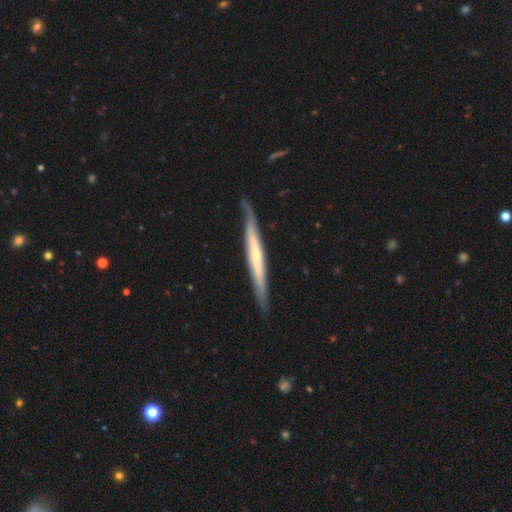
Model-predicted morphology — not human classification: smooth-or-featured: featured or disk: 65% | smooth: 30% | star or artifact: 5%
  disk-edge-on: yes: 93% | no: 7%
    edge-on-bulge: none: 55% | rounded: 36% | boxy: 9%
  merging: none: 81% | minor disturbance: 14% | major disturbance: 3% | merger: 1%